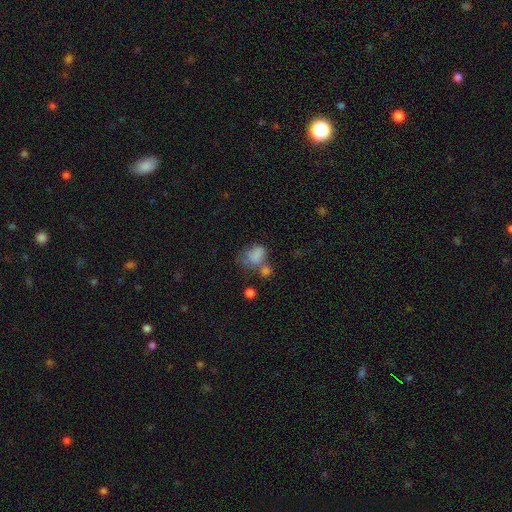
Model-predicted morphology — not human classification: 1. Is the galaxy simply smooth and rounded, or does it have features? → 71% smooth, 16% featured or disk, 13% star or artifact.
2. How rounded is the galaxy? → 69% in between, 30% round, 1% cigar-shaped.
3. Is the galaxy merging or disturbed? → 33% merger, 27% none, 21% major disturbance, 19% minor disturbance.